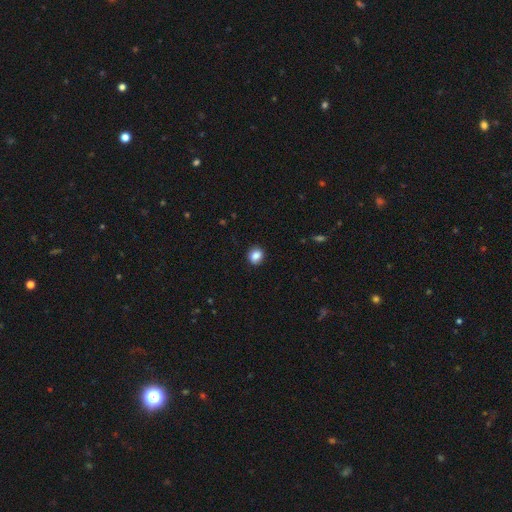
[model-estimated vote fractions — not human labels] smooth 86%, star or artifact 9%, featured or disk 4%. Down the decision tree: how rounded — round (70%); merging — none (89%).